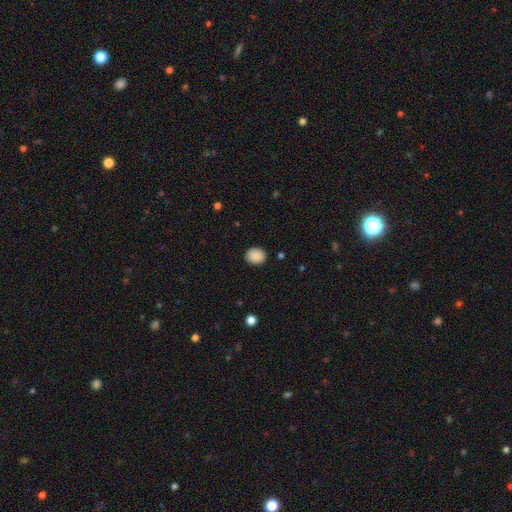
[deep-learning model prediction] Smooth or featured? Predicted: smooth (p=0.89). How rounded? Predicted: round (p=0.55). Merging? Predicted: none (p=0.87).